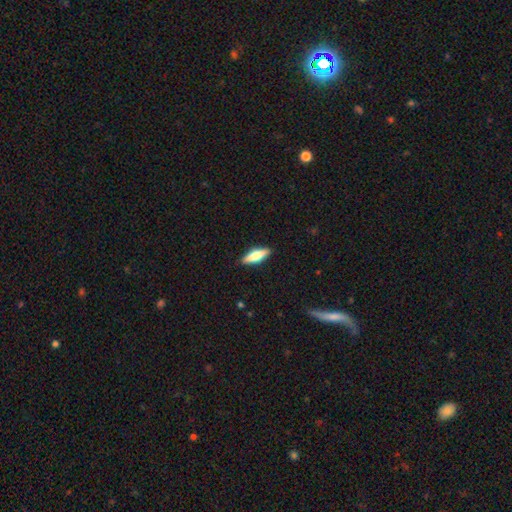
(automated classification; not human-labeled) Morphology: type=smooth (60%); roundness=cigar-shaped (52%); merging=none (90%).